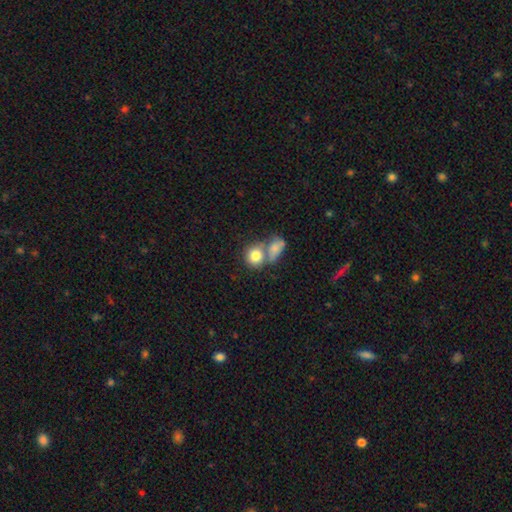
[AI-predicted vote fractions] Morphology: type=smooth (79%); roundness=round (73%); merging=merger (46%).